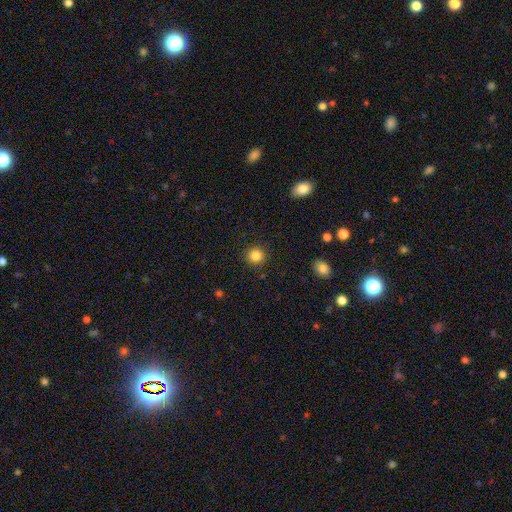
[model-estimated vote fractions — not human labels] A smooth galaxy with no disk features (85%) that is round (93%).

Vote fractions:
- Smooth or featured? smooth: 85% / star or artifact: 11% / featured or disk: 4%
- How rounded? round: 93% / in between: 6% / cigar-shaped: 1%
- Merging? none: 91% / minor disturbance: 5% / major disturbance: 2% / merger: 1%